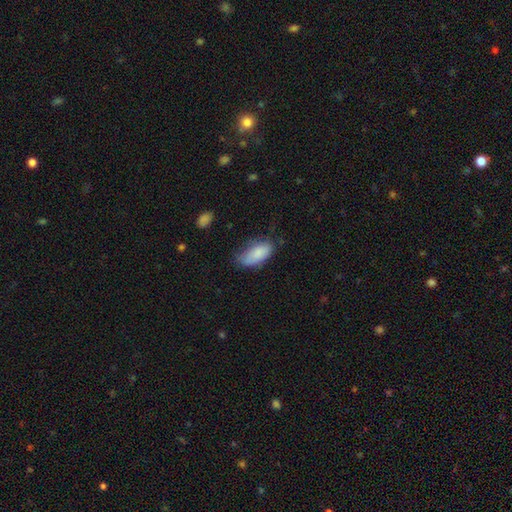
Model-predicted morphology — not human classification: A smooth galaxy with no disk features (85%) that is in between round and cigar-shaped (91%).

Vote fractions:
- Smooth or featured? smooth: 85% / featured or disk: 9% / star or artifact: 7%
- How rounded? in between: 91% / cigar-shaped: 7% / round: 2%
- Merging? none: 56% / minor disturbance: 33% / major disturbance: 9% / merger: 2%